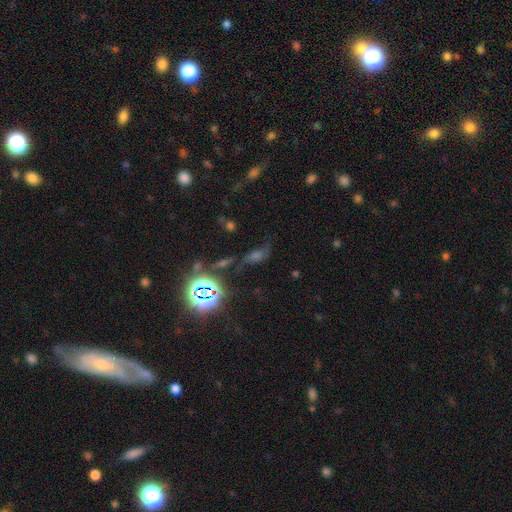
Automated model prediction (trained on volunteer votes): star or artifact 48%, featured or disk 26%, smooth 26%.